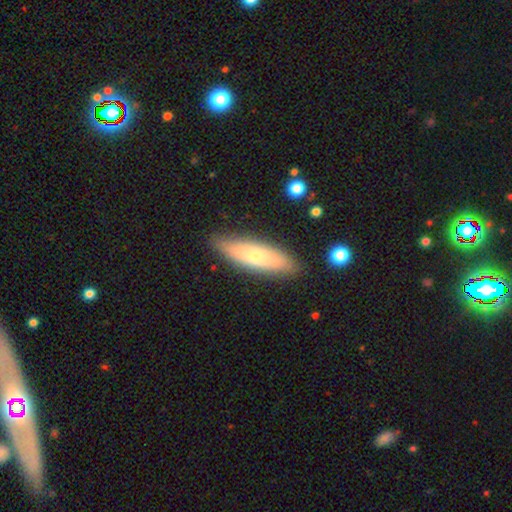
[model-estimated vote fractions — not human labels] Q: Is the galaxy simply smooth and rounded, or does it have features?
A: smooth — 63%.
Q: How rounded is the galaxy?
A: cigar-shaped — 50%.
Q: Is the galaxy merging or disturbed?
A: none — 85%.